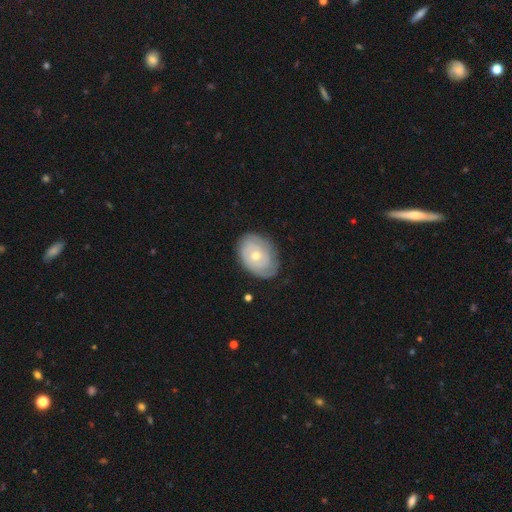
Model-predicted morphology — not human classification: Overall: featured or disk (67%; smooth 27%). Edge-on disk: no (95%). Bar: no (82%). Spiral arms: yes (79%). Spiral arm count: can't tell (49%; 2 26%). Spiral winding: tight (78%). Bulge size: moderate (53%; small 44%). Merging: none (75%).